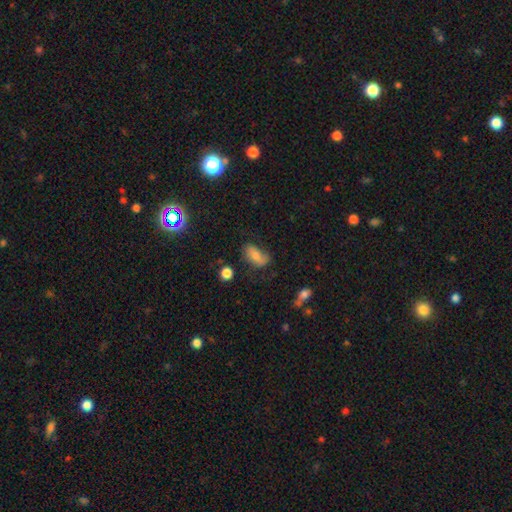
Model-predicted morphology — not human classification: This is likely a smooth galaxy (64%). How rounded: clearly in between (89%). Merging: possibly none (50%).